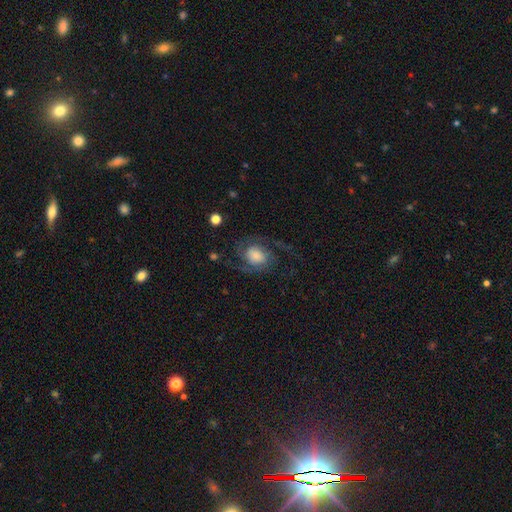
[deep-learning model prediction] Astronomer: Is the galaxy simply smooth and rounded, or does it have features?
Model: featured or disk — 80%.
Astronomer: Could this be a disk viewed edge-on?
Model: no — 98%.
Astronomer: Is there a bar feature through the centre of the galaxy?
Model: no — 67%.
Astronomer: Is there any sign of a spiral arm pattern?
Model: yes — 96%.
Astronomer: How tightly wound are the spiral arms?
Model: medium — 50% (runner-up: loose, 31%).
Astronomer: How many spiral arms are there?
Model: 2 — 80%.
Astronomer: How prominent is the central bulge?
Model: large — 40% (runner-up: moderate, 22%).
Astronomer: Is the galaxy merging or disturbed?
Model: none — 66%.